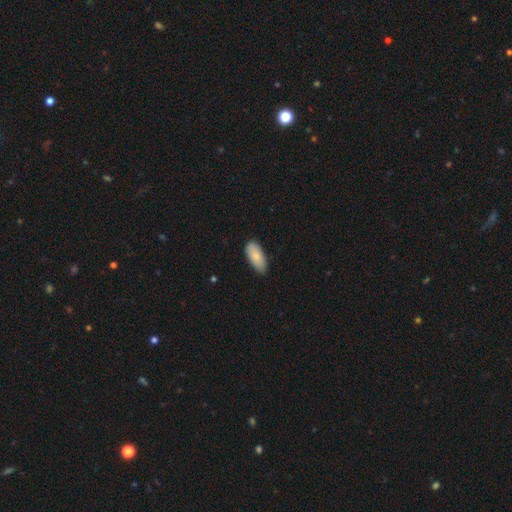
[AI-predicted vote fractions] Overall: smooth (84%). How rounded: in between (89%). Merging: none (82%).